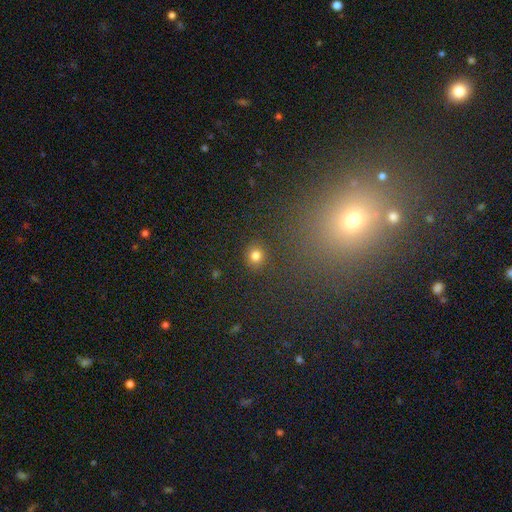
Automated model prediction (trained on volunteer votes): This is clearly a smooth galaxy (81%). How rounded: clearly round (81%). Merging: clearly none (88%).